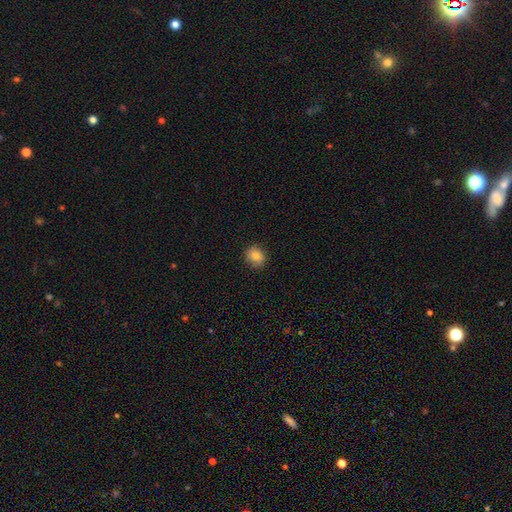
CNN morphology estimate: smooth 82%, star or artifact 10%, featured or disk 8%. Down the decision tree: how rounded — round (75%); merging — none (88%).